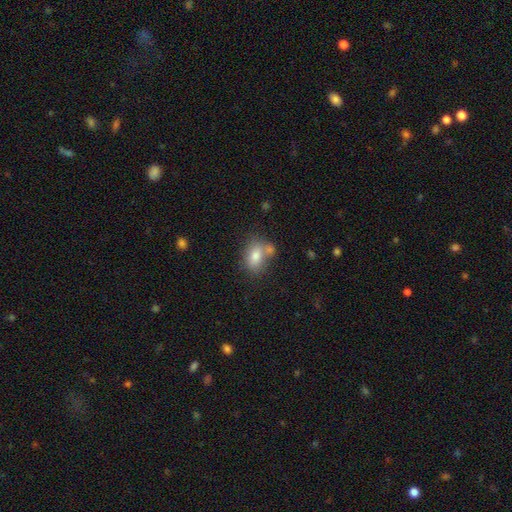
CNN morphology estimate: Smooth or featured? smooth (78%)
How rounded? in between (77%)
Merging? none (51%)